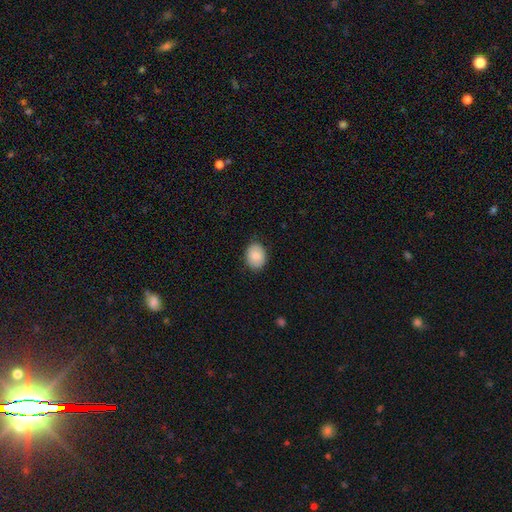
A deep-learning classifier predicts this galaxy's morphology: smooth-or-featured: smooth: 81% | featured or disk: 11% | star or artifact: 7%
  how-rounded: in between: 56% | round: 43% | cigar-shaped: 1%
  merging: none: 86% | minor disturbance: 11% | major disturbance: 2% | merger: 1%